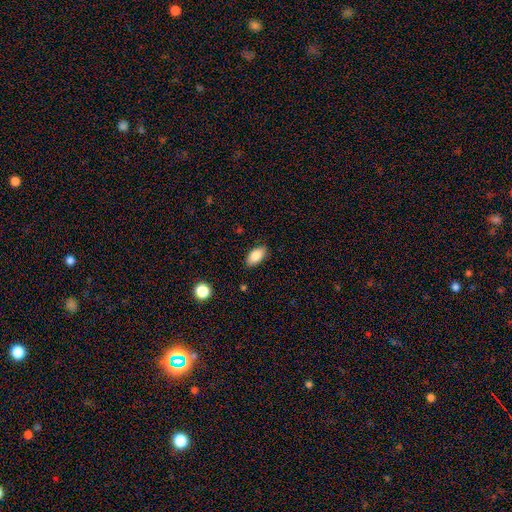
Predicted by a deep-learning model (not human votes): Smooth or featured: smooth — 86% (star or artifact — 7%)
How rounded: in between — 93% (cigar-shaped — 4%)
Merging: none — 85% (minor disturbance — 11%)